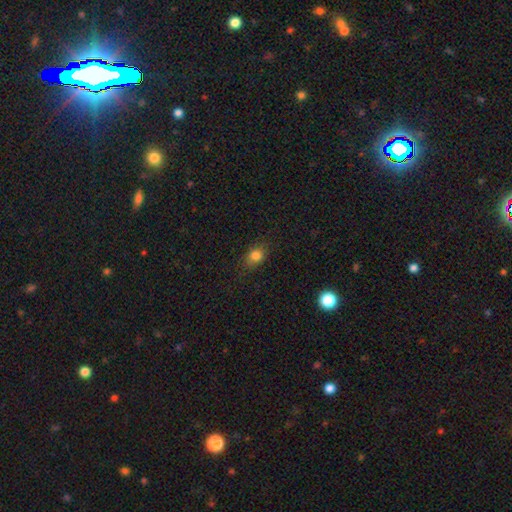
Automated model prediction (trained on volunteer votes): Smooth or featured? smooth (81%)
How rounded? in between (54%)
Merging? none (82%)